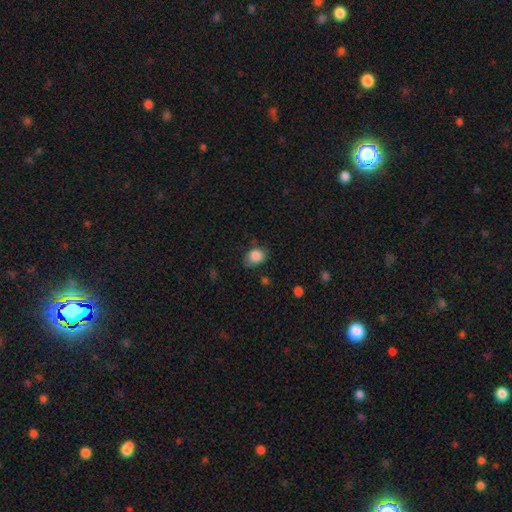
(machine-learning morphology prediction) Smooth or featured? smooth (85%)
How rounded? in between (65%)
Merging? none (70%)